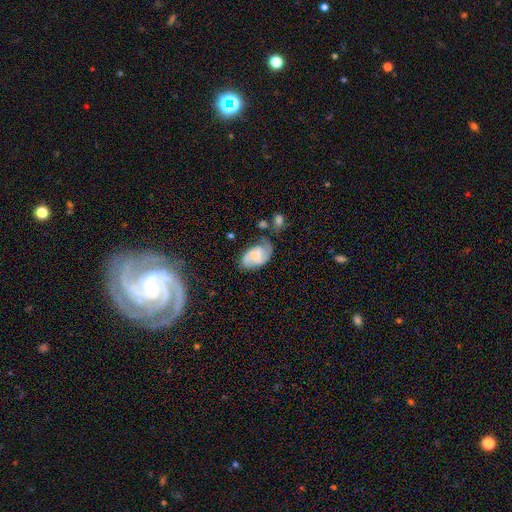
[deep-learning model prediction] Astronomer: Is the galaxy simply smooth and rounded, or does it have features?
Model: featured or disk — 61%.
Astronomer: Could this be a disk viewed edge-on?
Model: no — 97%.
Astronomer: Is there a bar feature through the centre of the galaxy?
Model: no — 56% (runner-up: weak, 37%).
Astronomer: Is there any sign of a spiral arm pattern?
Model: yes — 91%.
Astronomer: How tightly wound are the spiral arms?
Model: medium — 47% (runner-up: tight, 30%).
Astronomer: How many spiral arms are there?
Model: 2 — 73%.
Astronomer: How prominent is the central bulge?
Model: none — 35%, tied with small at 35%.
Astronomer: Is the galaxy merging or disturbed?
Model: none — 51% (runner-up: minor disturbance, 27%).